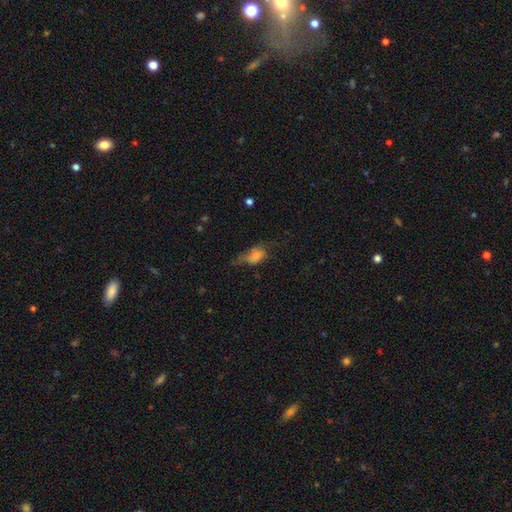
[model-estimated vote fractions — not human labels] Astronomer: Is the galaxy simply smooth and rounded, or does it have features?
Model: smooth — 62%.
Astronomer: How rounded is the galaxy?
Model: in between — 80%.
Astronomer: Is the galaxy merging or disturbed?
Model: major disturbance — 36% (runner-up: none, 31%).